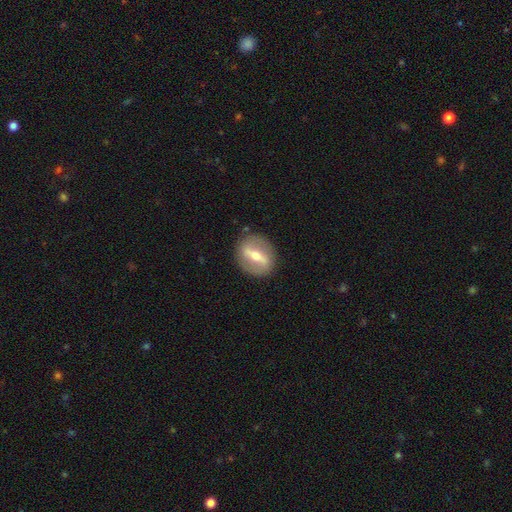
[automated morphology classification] smooth_or_featured: featured or disk (p=0.70) [alt: smooth p=0.24]
disk_edge_on: no (p=0.72) [alt: yes p=0.28]
bar: strong (p=0.79) [alt: weak p=0.15]
has_spiral_arms: no (p=0.76) [alt: yes p=0.24]
bulge_size: moderate (p=0.63) [alt: small p=0.28]
merging: none (p=0.86) [alt: minor disturbance p=0.09]